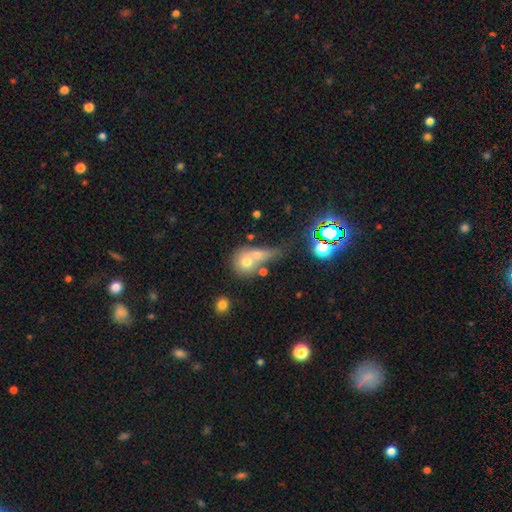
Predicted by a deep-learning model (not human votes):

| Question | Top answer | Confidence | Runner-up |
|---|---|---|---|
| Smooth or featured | smooth | 55% | star or artifact (23%) |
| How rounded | round | 70% | in between (25%) |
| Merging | merger | 54% | none (30%) |